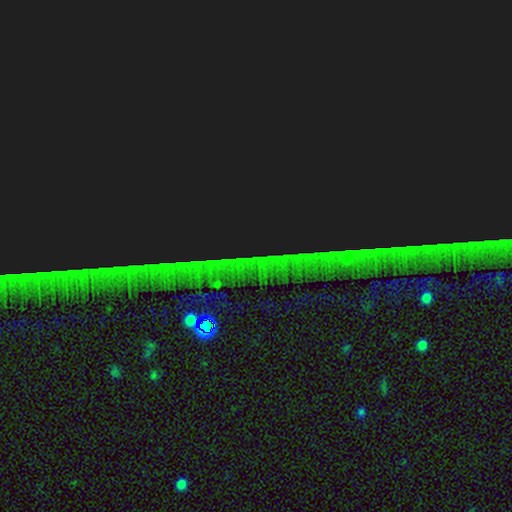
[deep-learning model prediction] A star or artifact, not a galaxy (88%).

Vote fractions:
- Smooth or featured? star or artifact: 88% / featured or disk: 7% / smooth: 6%